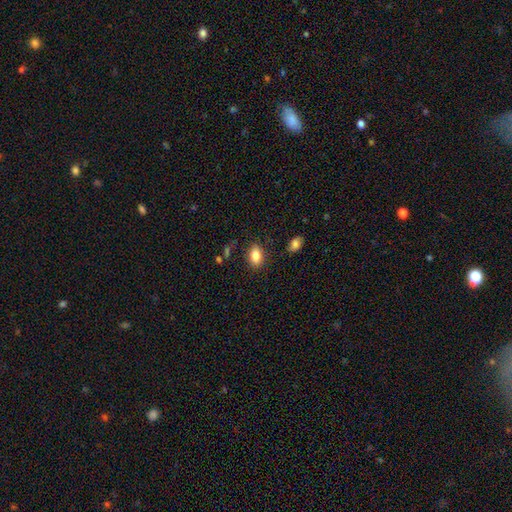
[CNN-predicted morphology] Overall: smooth (84%). How rounded: in between (83%). Merging: none (85%).